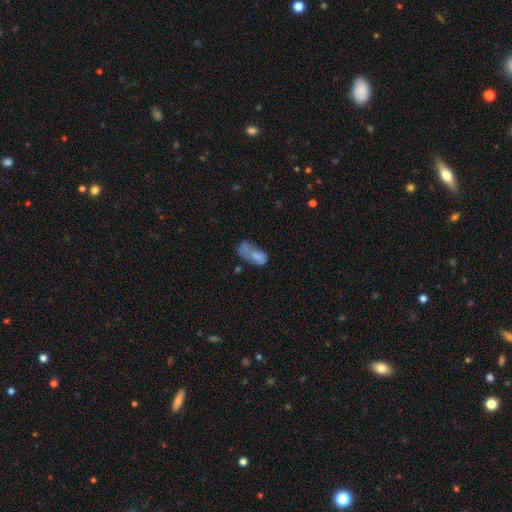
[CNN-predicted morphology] This is likely a smooth galaxy (63%). How rounded: clearly in between (88%). Merging: marginally major disturbance (34%).